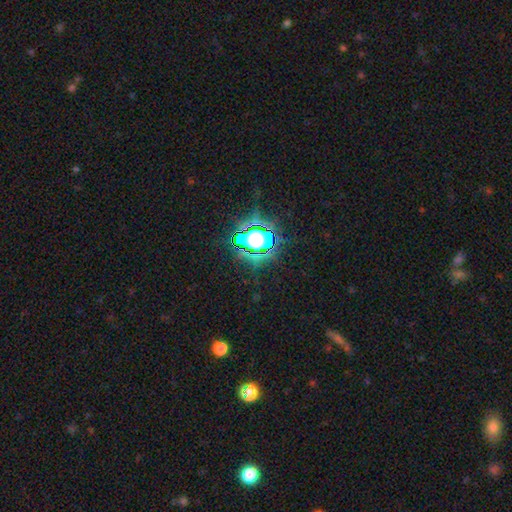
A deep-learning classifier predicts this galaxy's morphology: smooth-or-featured: star or artifact: 82% | smooth: 11% | featured or disk: 7%